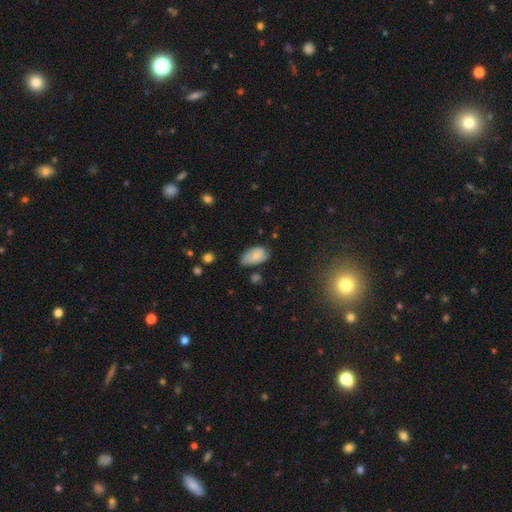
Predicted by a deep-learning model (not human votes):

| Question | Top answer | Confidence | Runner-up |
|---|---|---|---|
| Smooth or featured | smooth | 71% | featured or disk (20%) |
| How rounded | in between | 93% | round (6%) |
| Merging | none | 48% | minor disturbance (39%) |